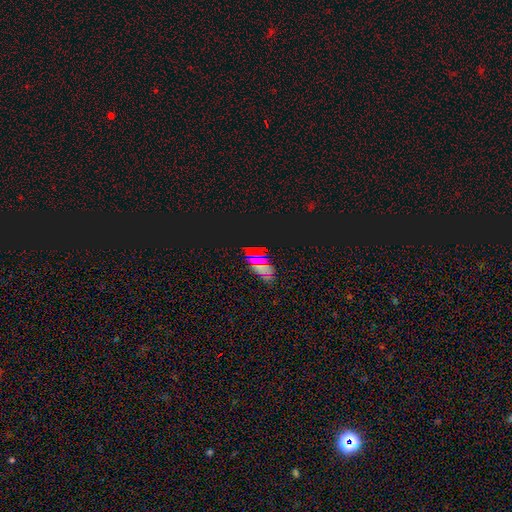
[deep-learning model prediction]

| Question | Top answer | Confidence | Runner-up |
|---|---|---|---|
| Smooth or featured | star or artifact | 47% | smooth (43%) |